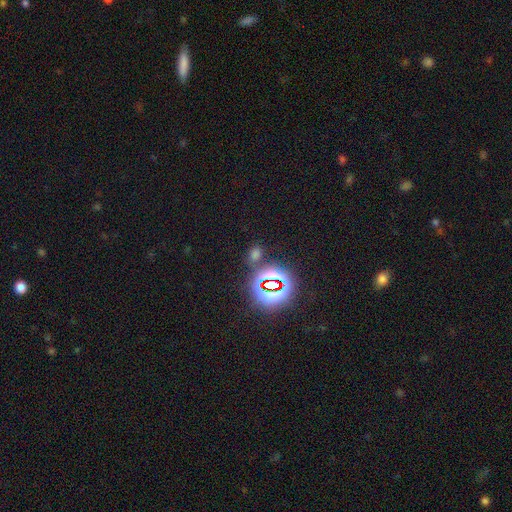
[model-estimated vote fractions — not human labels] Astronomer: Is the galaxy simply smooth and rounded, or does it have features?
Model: star or artifact — 56% (runner-up: smooth, 37%).